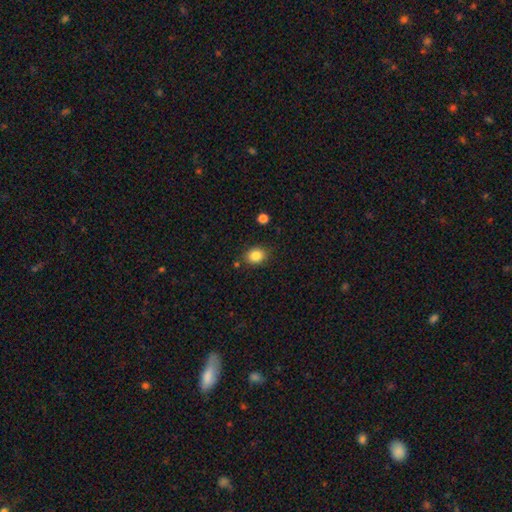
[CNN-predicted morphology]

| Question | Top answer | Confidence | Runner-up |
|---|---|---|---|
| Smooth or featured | smooth | 85% | star or artifact (10%) |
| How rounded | round | 50% | in between (49%) |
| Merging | none | 84% | minor disturbance (11%) |